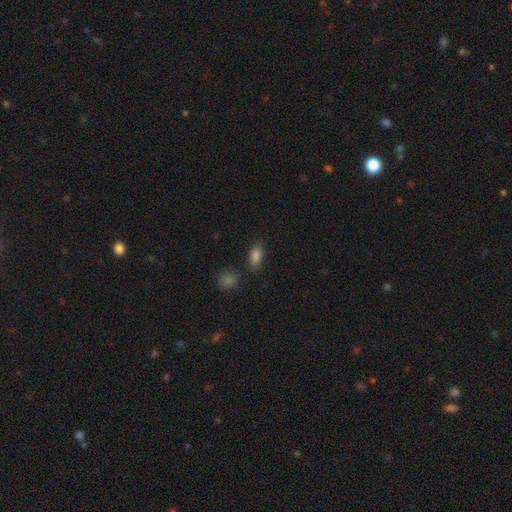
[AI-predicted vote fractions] Morphology: type=smooth (85%); roundness=in between (86%); merging=none (78%).